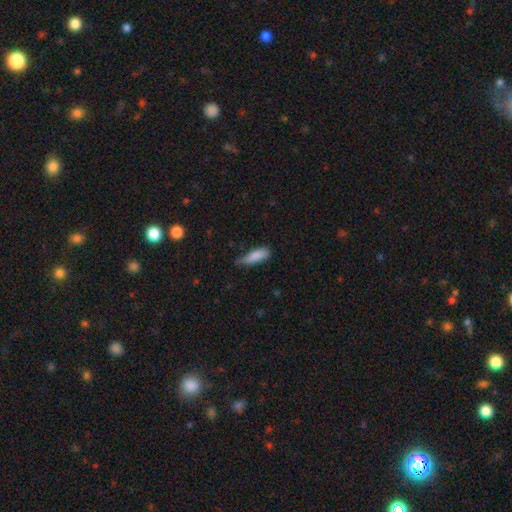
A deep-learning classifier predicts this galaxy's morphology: Overall: smooth (85%). How rounded: in between (53%; cigar-shaped 46%). Merging: none (49%; minor disturbance 40%).